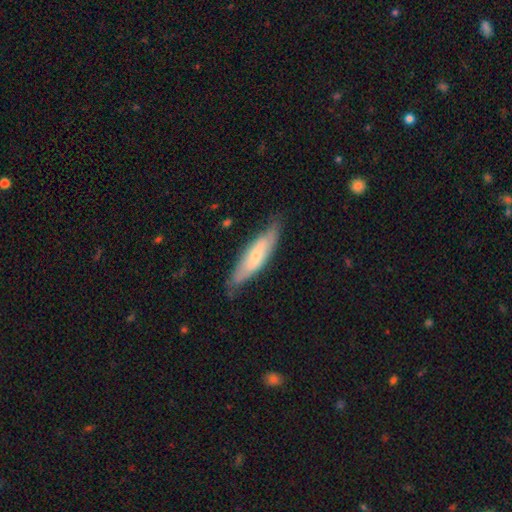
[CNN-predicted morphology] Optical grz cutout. It shows a smooth galaxy with no disk features (51%) that is cigar-shaped (68%). Merging: none (74%).